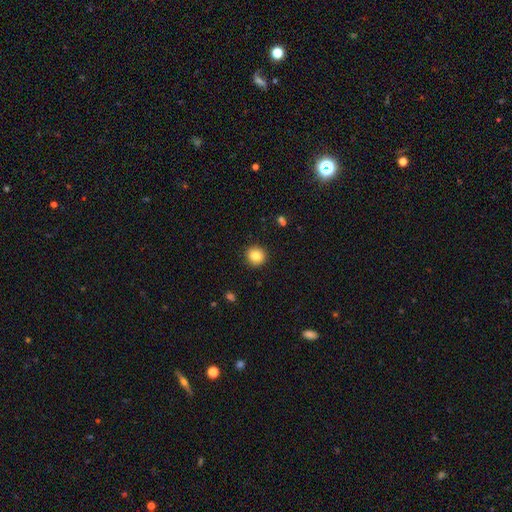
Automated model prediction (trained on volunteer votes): A smooth galaxy with no disk features (83%) that is round (93%). Merging: none (91%).